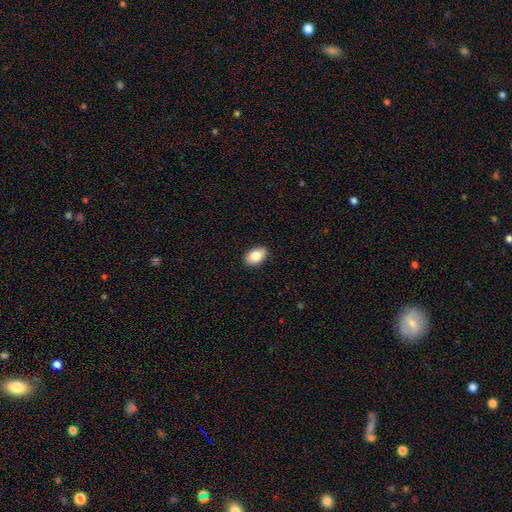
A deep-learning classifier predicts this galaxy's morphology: Q: Smooth or featured?
A: smooth (84%); runner-up: featured or disk (9%)
Q: How rounded?
A: in between (89%); runner-up: round (10%)
Q: Merging?
A: none (89%); runner-up: minor disturbance (8%)